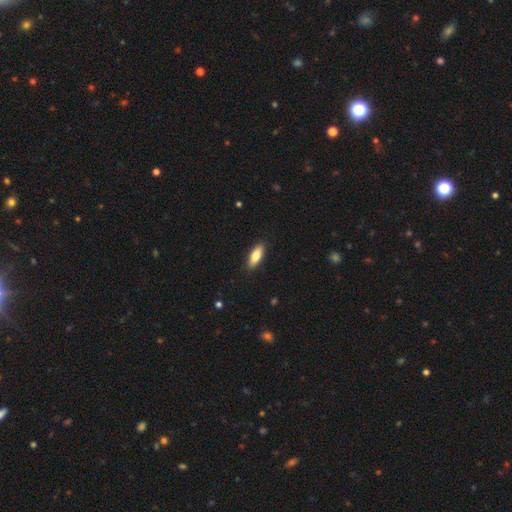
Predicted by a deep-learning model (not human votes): A smooth galaxy with no disk features (81%) that is in between round and cigar-shaped (73%). Merging: none (89%).